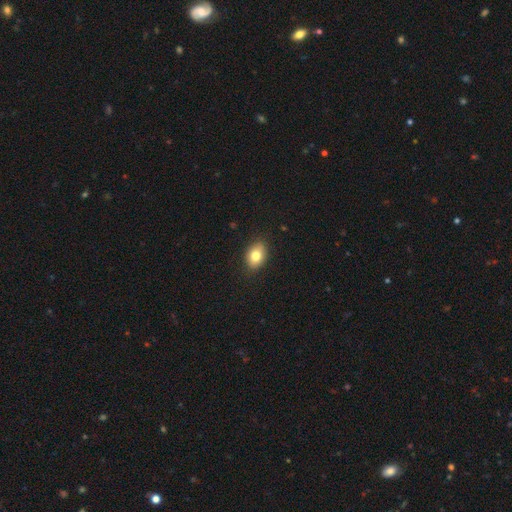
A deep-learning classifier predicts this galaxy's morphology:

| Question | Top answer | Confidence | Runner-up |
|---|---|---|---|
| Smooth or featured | smooth | 78% | featured or disk (13%) |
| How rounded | in between | 78% | round (21%) |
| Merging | none | 87% | minor disturbance (10%) |